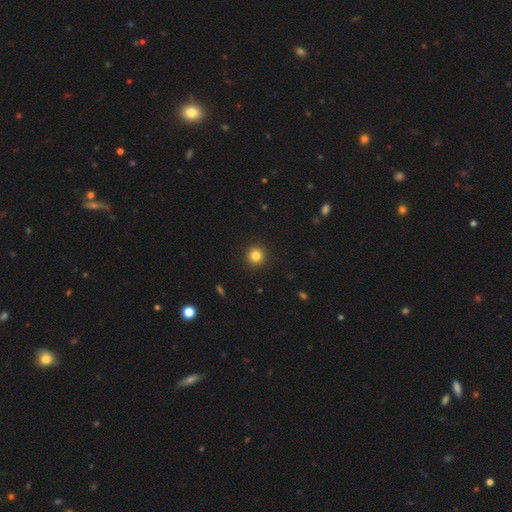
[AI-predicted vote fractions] smooth-or-featured: smooth: 83% | star or artifact: 12% | featured or disk: 5%
  how-rounded: round: 95% | in between: 4% | cigar-shaped: 1%
  merging: none: 93% | minor disturbance: 4% | major disturbance: 2% | merger: 1%